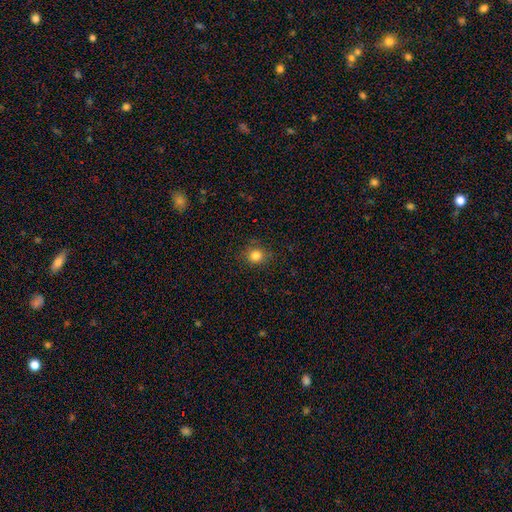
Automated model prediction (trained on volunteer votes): The model was most divided on "how rounded": round: 84%, in between: 15%, cigar-shaped: 1%. More confident: merging — none (86%); smooth or featured — smooth (82%).